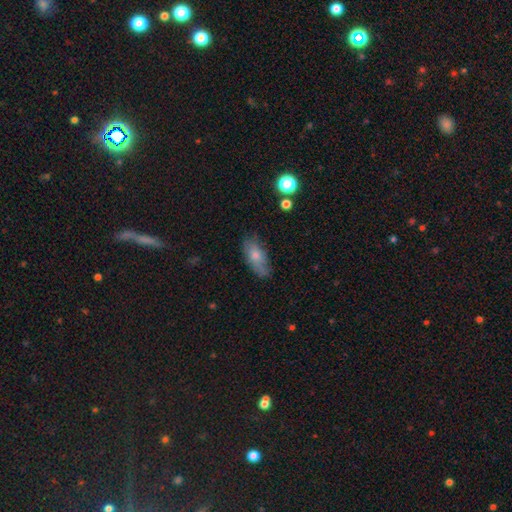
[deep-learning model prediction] Smooth or featured? smooth (68%)
How rounded? in between (84%)
Merging? none (65%)